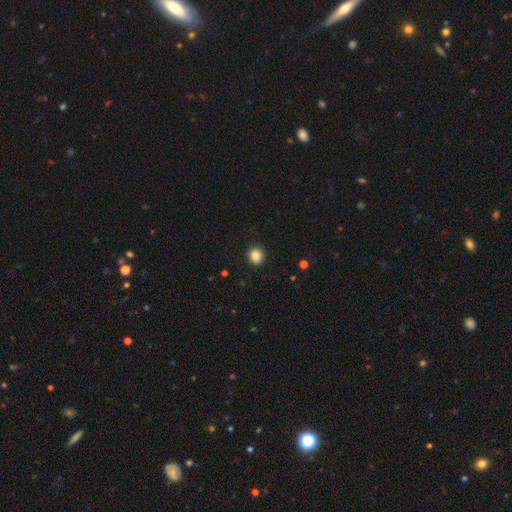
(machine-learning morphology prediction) The model was most divided on "how rounded": round: 85%, in between: 14%, cigar-shaped: 1%. More confident: merging — none (92%); smooth or featured — smooth (87%).